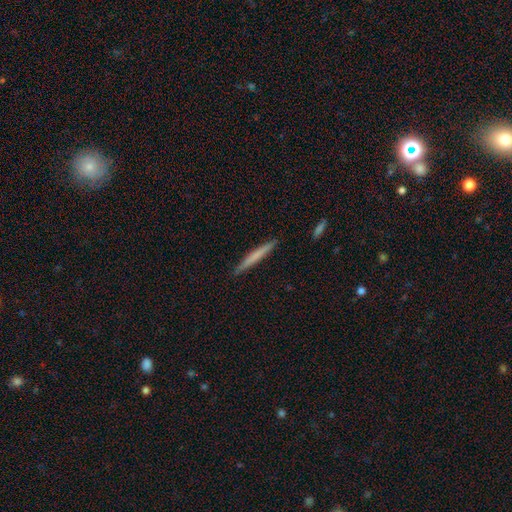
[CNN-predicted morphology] Q: Smooth or featured?
A: smooth (61%); runner-up: featured or disk (33%)
Q: How rounded?
A: cigar-shaped (97%); runner-up: in between (2%)
Q: Merging?
A: none (91%); runner-up: minor disturbance (7%)